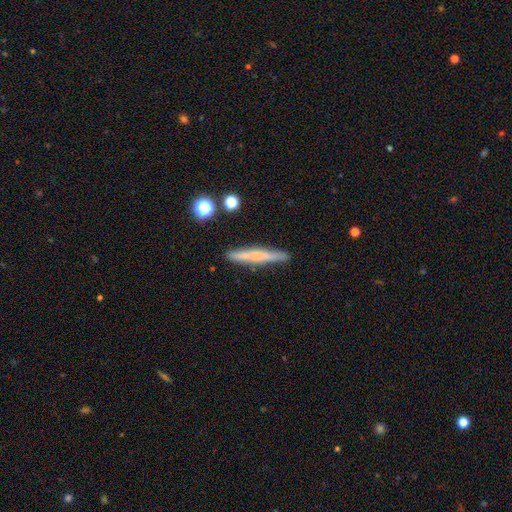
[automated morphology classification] This appears to be a smooth galaxy with no disk features (55%) that is cigar-shaped (94%). Merging: none (87%).